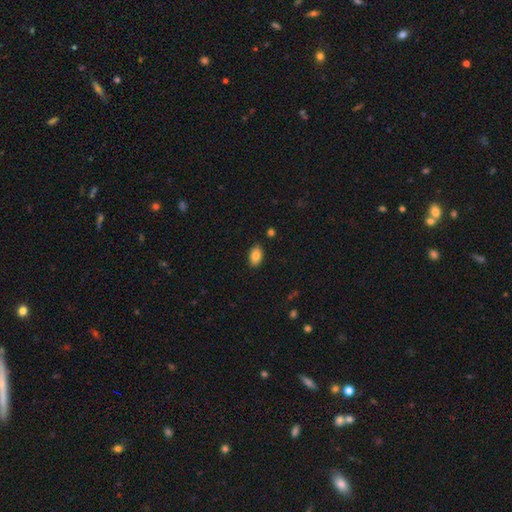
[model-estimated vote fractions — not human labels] Overall: smooth (86%). How rounded: in between (91%). Merging: none (88%).